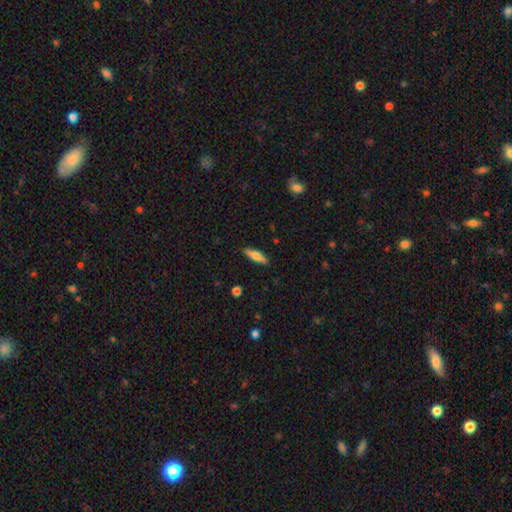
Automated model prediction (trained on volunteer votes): smooth_or_featured: smooth (p=0.72) [alt: featured or disk p=0.22]
how_rounded: cigar-shaped (p=0.56) [alt: in between p=0.42]
merging: none (p=0.88) [alt: minor disturbance p=0.09]